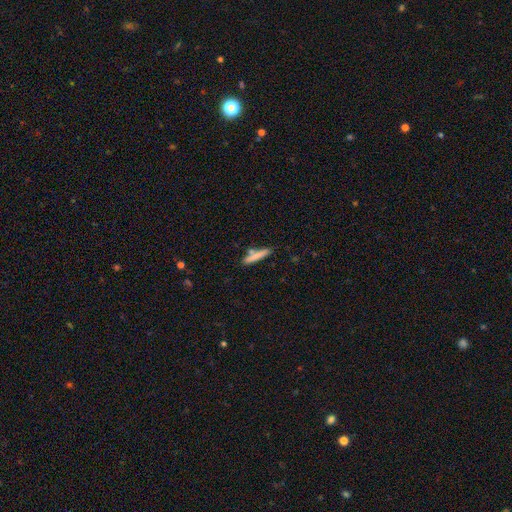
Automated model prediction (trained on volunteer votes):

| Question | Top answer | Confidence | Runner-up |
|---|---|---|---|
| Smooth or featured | smooth | 78% | featured or disk (16%) |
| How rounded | cigar-shaped | 90% | in between (8%) |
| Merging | none | 78% | minor disturbance (12%) |